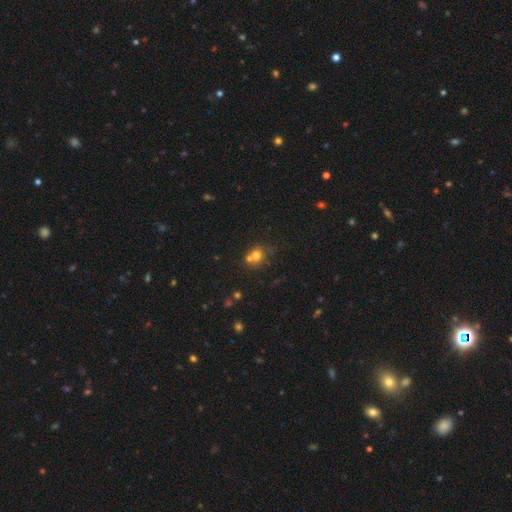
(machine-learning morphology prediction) A smooth galaxy with no disk features (71%) that is round (80%). Merging: none (48%).